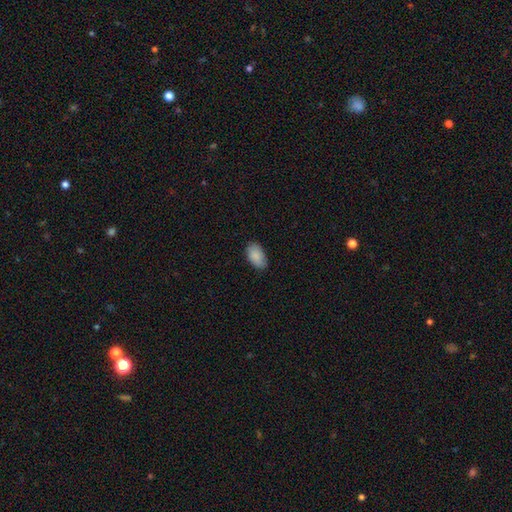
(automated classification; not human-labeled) Smooth or featured?
  - smooth: 87% *
  - star or artifact: 6%
  - featured or disk: 6%
How rounded?
  - in between: 94% *
  - round: 4%
  - cigar-shaped: 2%
Merging?
  - none: 81% *
  - minor disturbance: 16%
  - major disturbance: 3%
  - merger: 1%